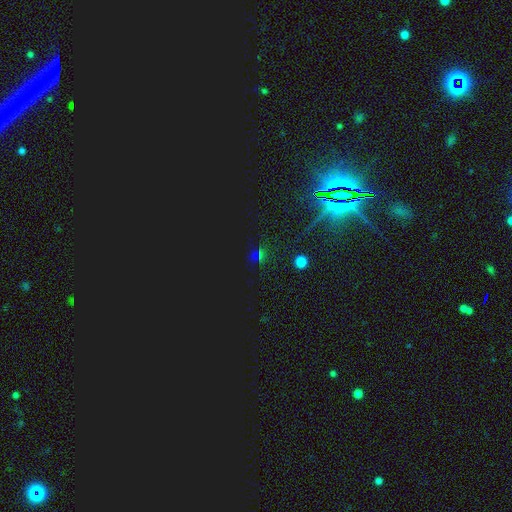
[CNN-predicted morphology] Smooth or featured? Predicted: star or artifact (p=0.71).